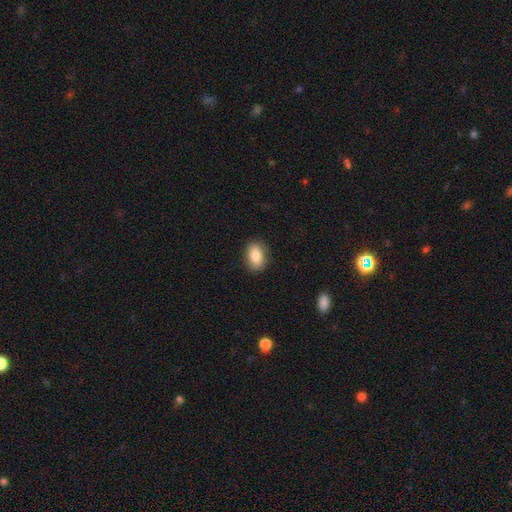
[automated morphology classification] This is clearly a smooth galaxy (84%). How rounded: clearly in between (85%). Merging: clearly none (87%).